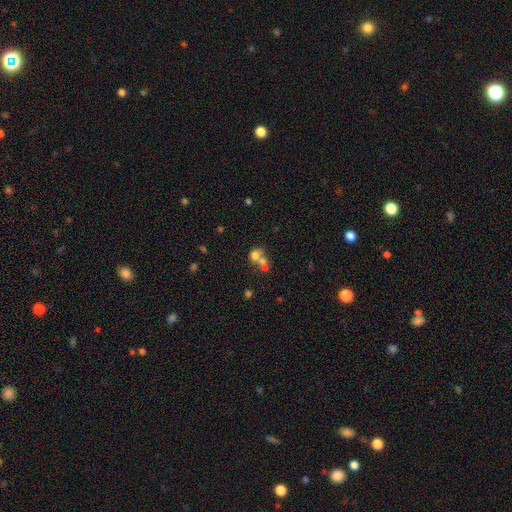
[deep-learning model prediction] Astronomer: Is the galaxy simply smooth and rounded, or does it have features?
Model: smooth — 63%.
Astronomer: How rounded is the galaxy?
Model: round — 73%.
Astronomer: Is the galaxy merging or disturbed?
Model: merger — 57%.